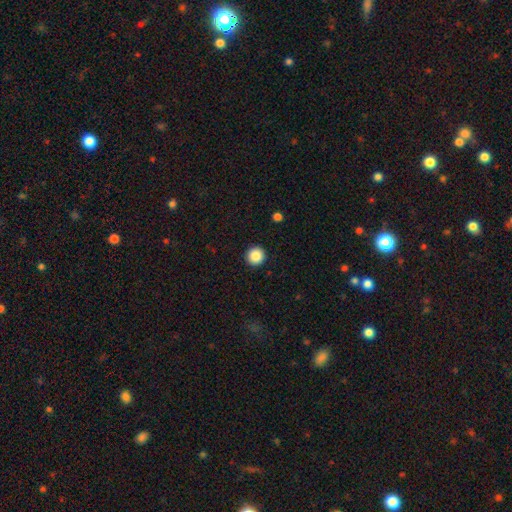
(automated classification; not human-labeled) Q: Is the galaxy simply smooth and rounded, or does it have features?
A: smooth — 87%.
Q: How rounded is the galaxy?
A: round — 96%.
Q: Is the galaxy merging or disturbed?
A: none — 93%.